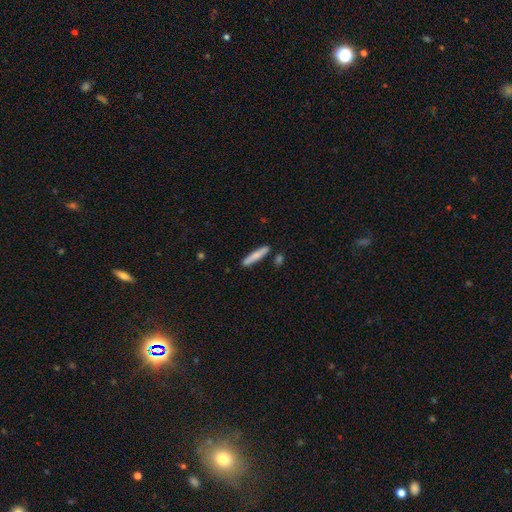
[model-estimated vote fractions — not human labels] A smooth galaxy with no disk features (75%) that is cigar-shaped (89%).

Vote fractions:
- Smooth or featured? smooth: 75% / featured or disk: 19% / star or artifact: 6%
- How rounded? cigar-shaped: 89% / in between: 9% / round: 1%
- Merging? none: 85% / minor disturbance: 9% / merger: 4% / major disturbance: 2%